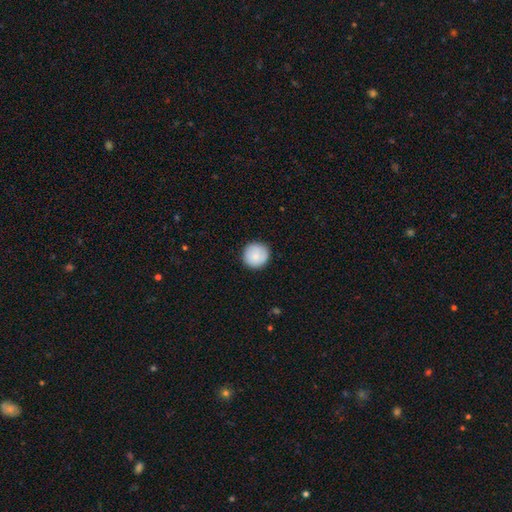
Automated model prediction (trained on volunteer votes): This appears to be a smooth galaxy with no disk features (84%) that is round (95%). Merging: none (90%).